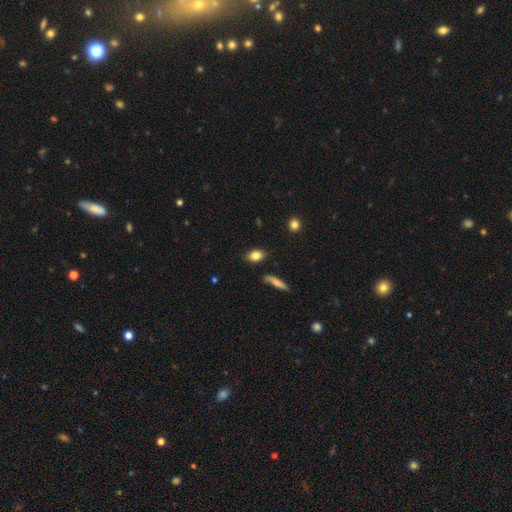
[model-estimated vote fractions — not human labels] Smooth or featured: smooth — 82% (featured or disk — 9%)
How rounded: in between — 78% (round — 17%)
Merging: none — 82% (minor disturbance — 13%)